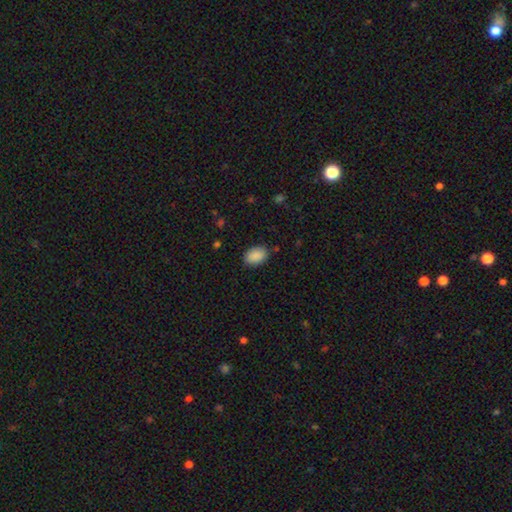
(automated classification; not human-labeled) Overall: smooth (90%). How rounded: in between (82%). Merging: none (86%).